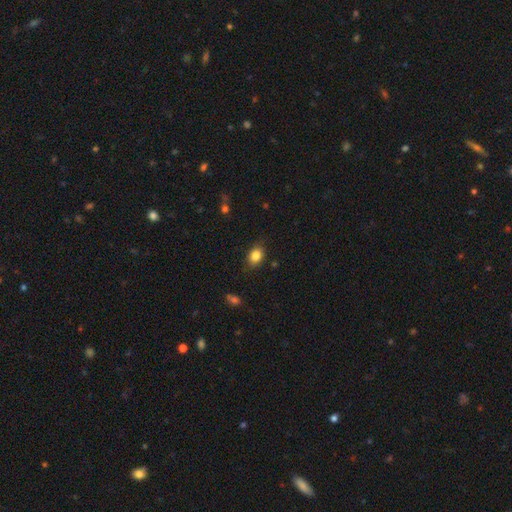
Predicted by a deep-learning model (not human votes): A smooth galaxy with no disk features (84%) that is in between round and cigar-shaped (73%).

Vote fractions:
- Smooth or featured? smooth: 84% / star or artifact: 9% / featured or disk: 7%
- How rounded? in between: 73% / round: 25% / cigar-shaped: 1%
- Merging? none: 81% / minor disturbance: 14% / major disturbance: 3% / merger: 1%